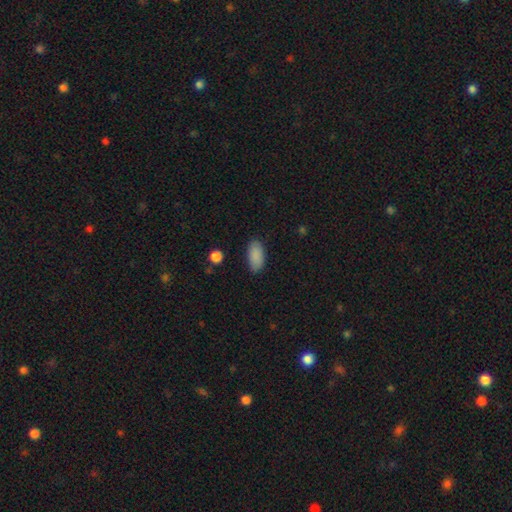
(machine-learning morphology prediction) The model was most divided on "merging": none: 84%, minor disturbance: 12%, major disturbance: 3%, merger: 1%. More confident: how rounded — in between (92%); smooth or featured — smooth (89%).